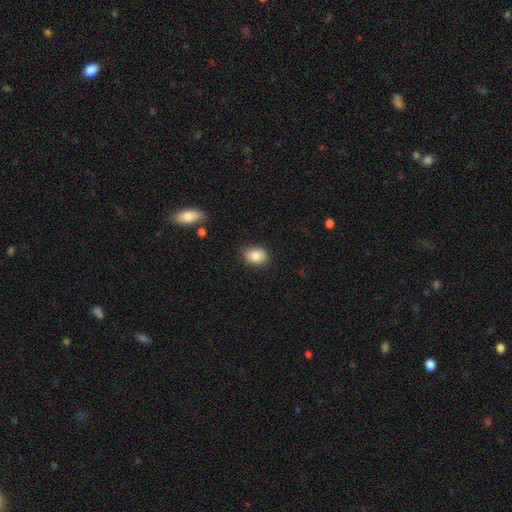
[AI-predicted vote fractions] Morphology: type=smooth (82%); roundness=in between (62%); merging=none (81%).